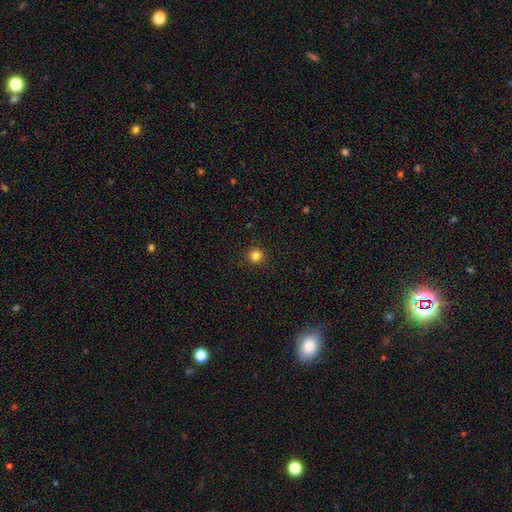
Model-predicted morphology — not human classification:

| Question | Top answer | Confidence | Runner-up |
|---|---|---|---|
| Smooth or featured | smooth | 83% | star or artifact (13%) |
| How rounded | round | 95% | in between (4%) |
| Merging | none | 92% | minor disturbance (5%) |